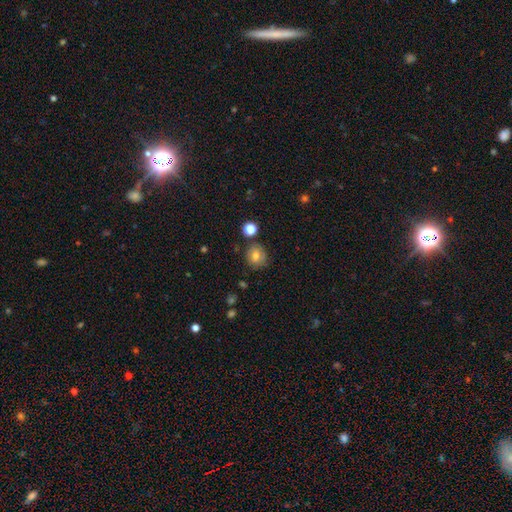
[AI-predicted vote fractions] The model was most divided on "smooth or featured": smooth: 74%, featured or disk: 14%, star or artifact: 12%. More confident: how rounded — round (81%); merging — none (78%).